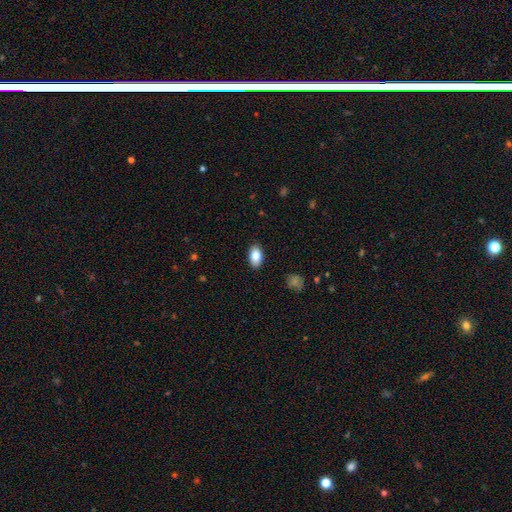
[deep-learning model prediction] Q: Smooth or featured?
A: smooth (84%); runner-up: featured or disk (9%)
Q: How rounded?
A: in between (92%); runner-up: round (6%)
Q: Merging?
A: none (89%); runner-up: minor disturbance (8%)